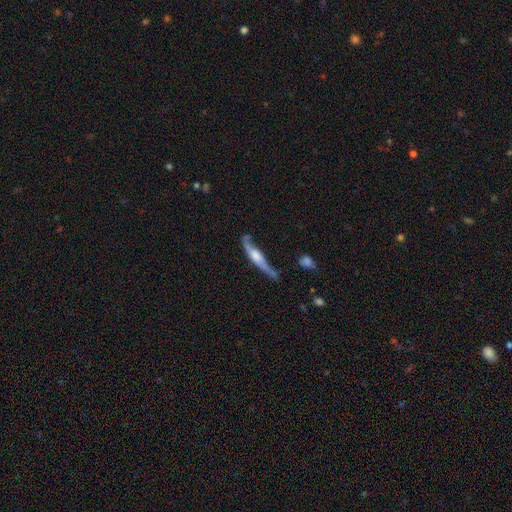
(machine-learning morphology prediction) Overall: featured or disk (65%; smooth 29%). Edge-on disk: yes (80%). Edge-on bulge: rounded (63%; boxy 26%). Merging: none (47%; minor disturbance 29%).